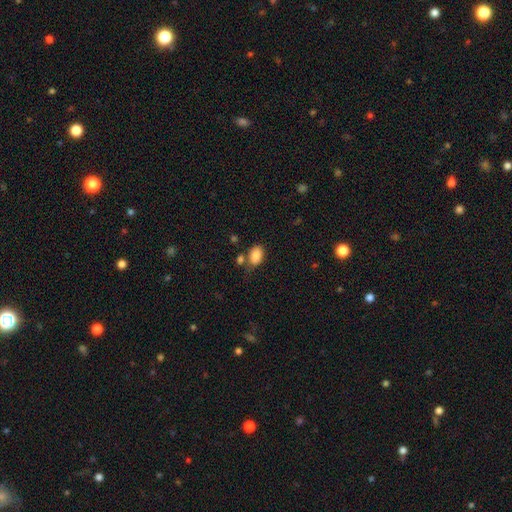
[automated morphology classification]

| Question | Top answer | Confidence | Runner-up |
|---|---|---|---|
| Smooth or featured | smooth | 87% | star or artifact (8%) |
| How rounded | in between | 89% | round (10%) |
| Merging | none | 62% | minor disturbance (17%) |